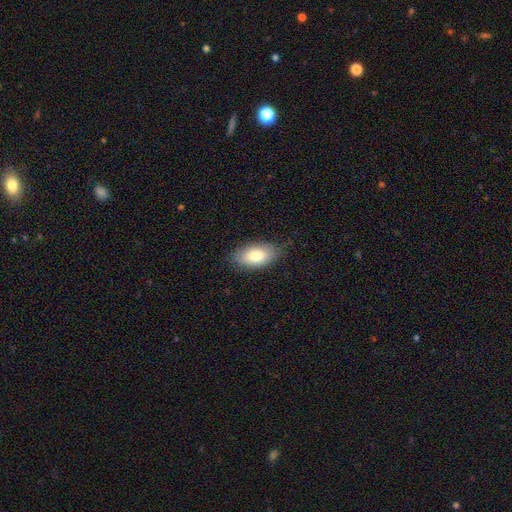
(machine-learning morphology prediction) Smooth or featured? Predicted: smooth (p=0.79). How rounded? Predicted: in between (p=0.92). Merging? Predicted: none (p=0.78).